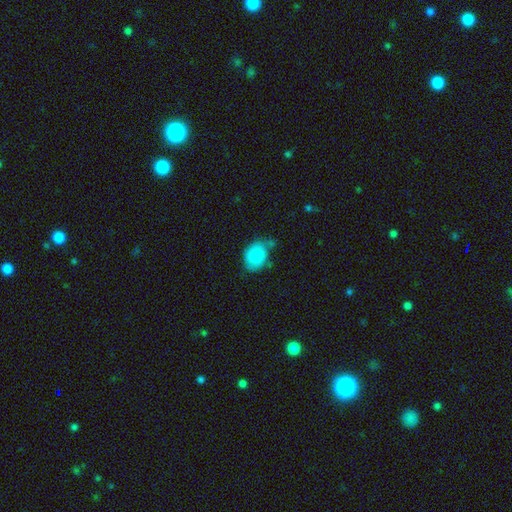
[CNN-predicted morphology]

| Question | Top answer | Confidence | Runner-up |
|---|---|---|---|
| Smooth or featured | smooth | 85% | featured or disk (8%) |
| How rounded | in between | 59% | round (40%) |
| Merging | none | 58% | minor disturbance (27%) |